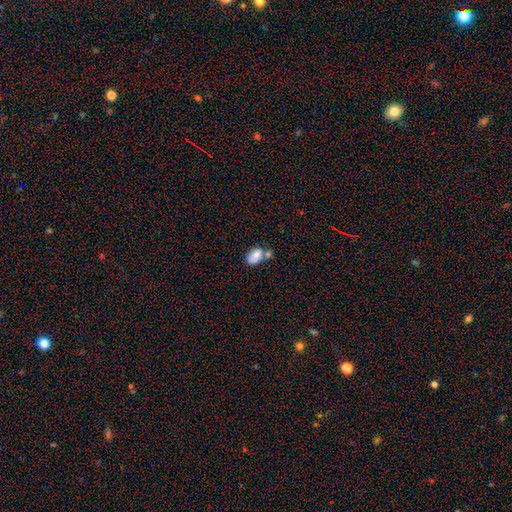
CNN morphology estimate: Smooth or featured? smooth (78%)
How rounded? in between (89%)
Merging? none (40%)